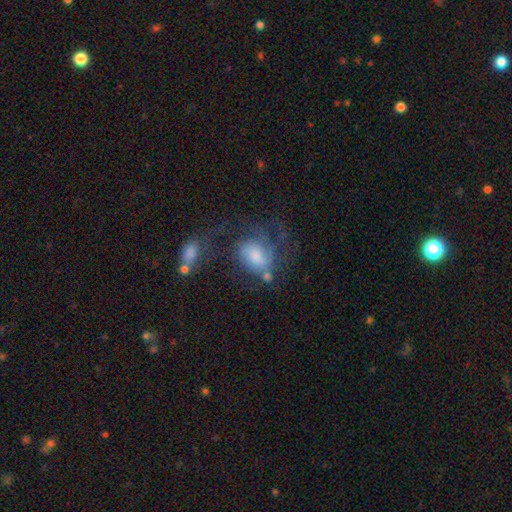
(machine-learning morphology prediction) This appears to be a smooth galaxy with no disk features (45%, tied with featured or disk). Merging: major disturbance (34%).